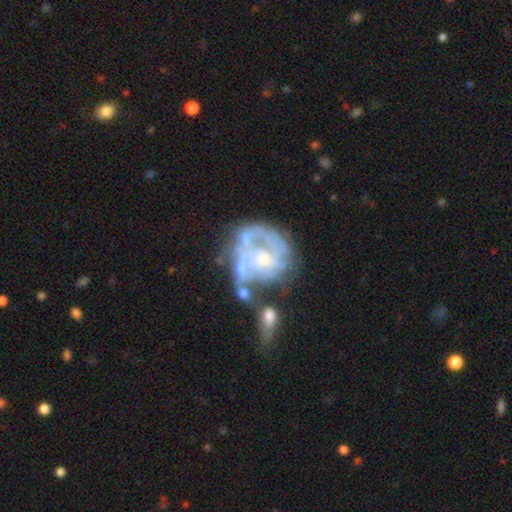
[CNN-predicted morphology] Overall: featured or disk (73%). Edge-on disk: no (97%). Bar: no (76%). Spiral arms: yes (54%; no 46%). Bulge size: small (54%; moderate 35%). Merging: none (34%; merger 24%).